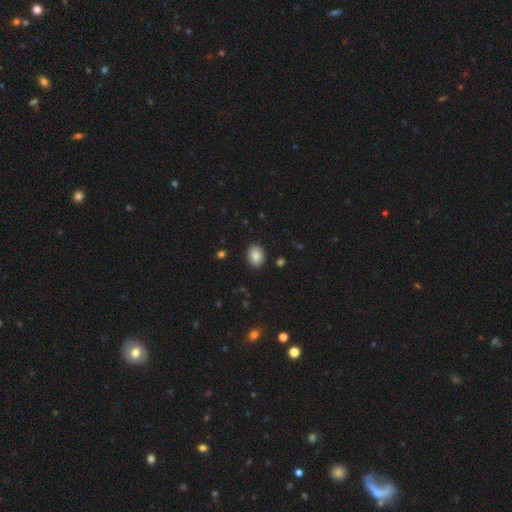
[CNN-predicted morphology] smooth_or_featured: smooth (p=0.87) [alt: star or artifact p=0.08]
how_rounded: in between (p=0.70) [alt: round p=0.29]
merging: none (p=0.89) [alt: minor disturbance p=0.08]